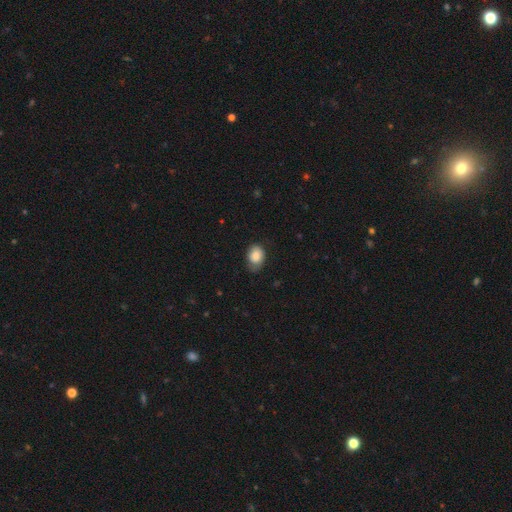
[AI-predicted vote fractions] Overall: smooth (81%). How rounded: in between (68%; round 31%). Merging: none (66%; minor disturbance 27%).